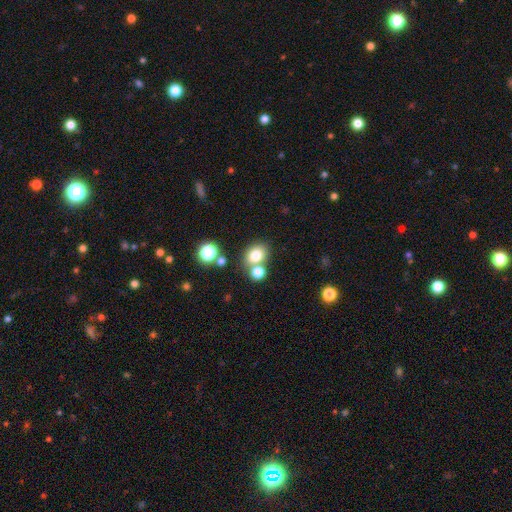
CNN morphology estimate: The model was most divided on "how rounded": round: 57%, in between: 42%, cigar-shaped: 1%. More confident: smooth or featured — smooth (78%); merging — none (61%).